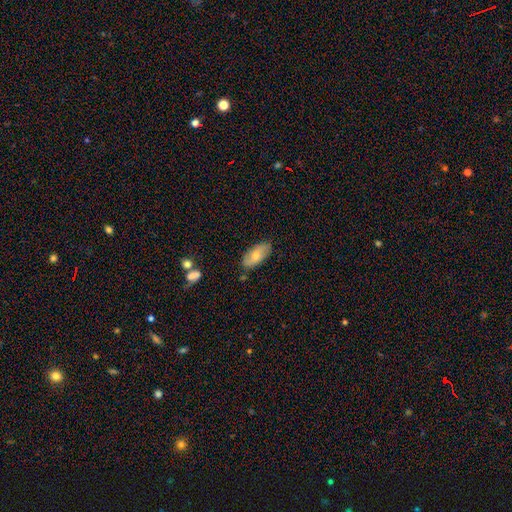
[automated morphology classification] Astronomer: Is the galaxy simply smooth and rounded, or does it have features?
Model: smooth — 63%.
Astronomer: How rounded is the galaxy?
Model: in between — 91%.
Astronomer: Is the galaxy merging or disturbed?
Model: none — 79%.